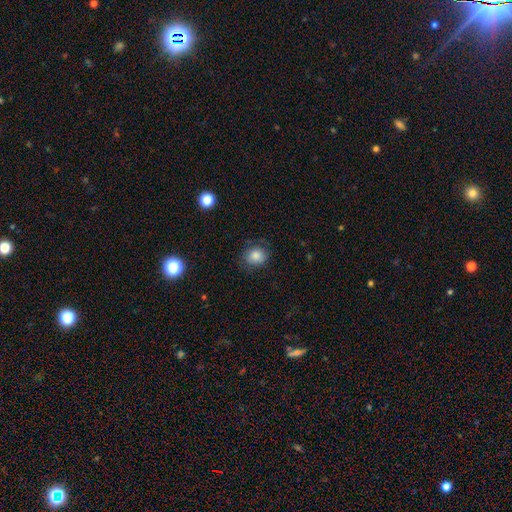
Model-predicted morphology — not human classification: Smooth or featured? smooth (79%)
How rounded? round (70%)
Merging? none (75%)